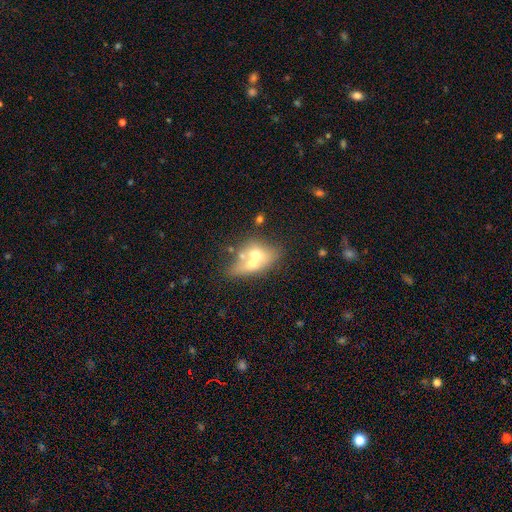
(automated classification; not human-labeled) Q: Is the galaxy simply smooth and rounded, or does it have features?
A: smooth — 55%.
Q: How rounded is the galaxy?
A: in between — 60%.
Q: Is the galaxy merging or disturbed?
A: merger — 66%.